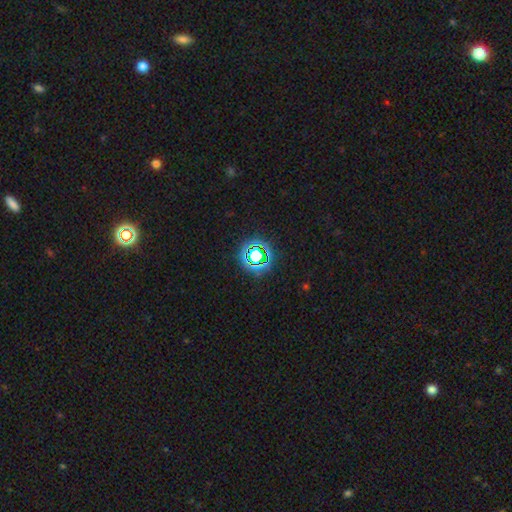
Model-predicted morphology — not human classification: The model was most divided on "smooth or featured": star or artifact: 68%, smooth: 21%, featured or disk: 11%.